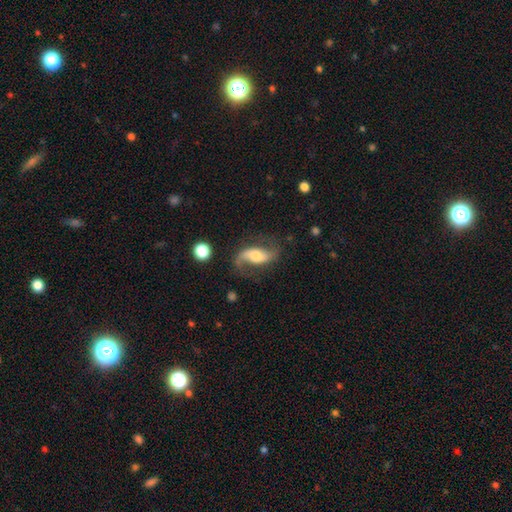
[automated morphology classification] This is likely a featured or disk galaxy (76%). It is clearly not viewed edge-on (93%). Bar: marginally no (41%). Spiral arm pattern: clearly yes (93%). Spiral arm count: clearly 2 (87%). Spiral winding: likely loose (72%). Central bulge: likely moderate (61%). Merging: likely none (66%).